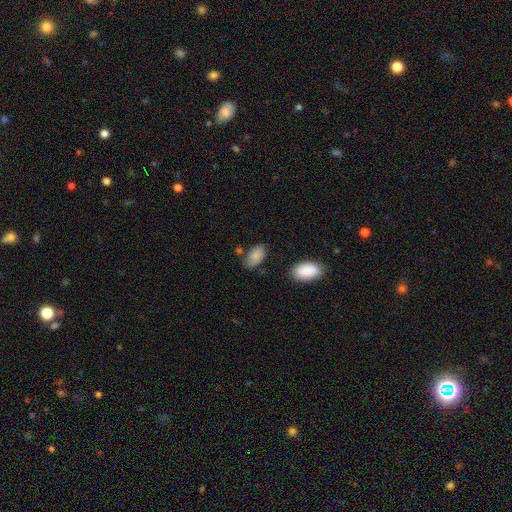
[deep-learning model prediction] A smooth galaxy with no disk features (83%) that is in between round and cigar-shaped (93%).

Vote fractions:
- Smooth or featured? smooth: 83% / featured or disk: 10% / star or artifact: 8%
- How rounded? in between: 93% / round: 5% / cigar-shaped: 2%
- Merging? none: 64% / minor disturbance: 23% / merger: 7% / major disturbance: 6%